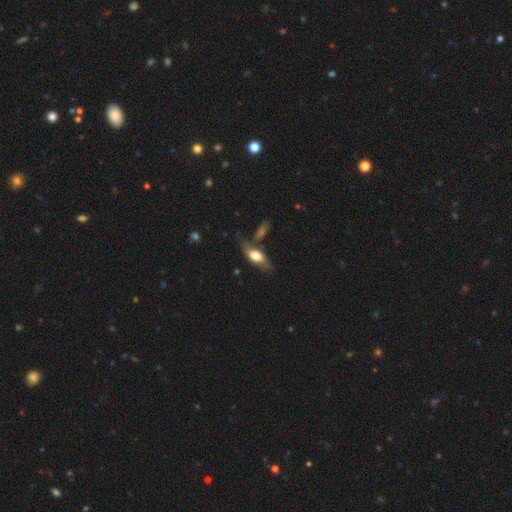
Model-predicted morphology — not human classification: The model was most divided on "smooth or featured": smooth: 63%, featured or disk: 30%, star or artifact: 7%. More confident: how rounded — in between (77%); merging — none (55%).